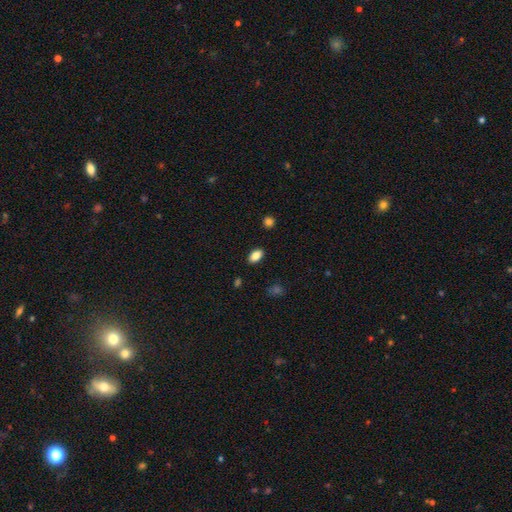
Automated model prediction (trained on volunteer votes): Smooth or featured?
  - smooth: 85% *
  - star or artifact: 9%
  - featured or disk: 7%
How rounded?
  - in between: 89% *
  - round: 8%
  - cigar-shaped: 3%
Merging?
  - none: 88% *
  - minor disturbance: 8%
  - major disturbance: 2%
  - merger: 1%